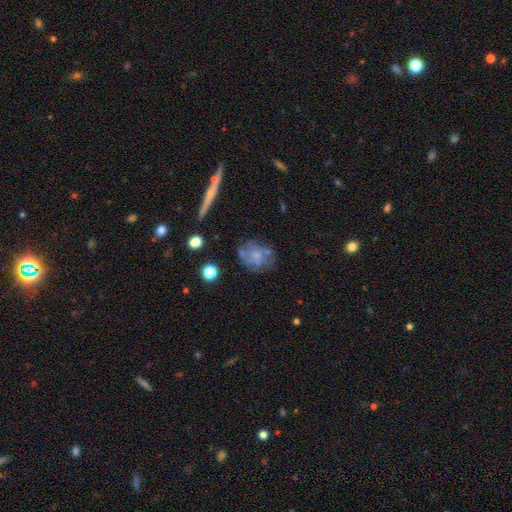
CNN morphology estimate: smooth_or_featured: smooth (p=0.45) [alt: featured or disk p=0.44]
merging: none (p=0.52) [alt: minor disturbance p=0.24]